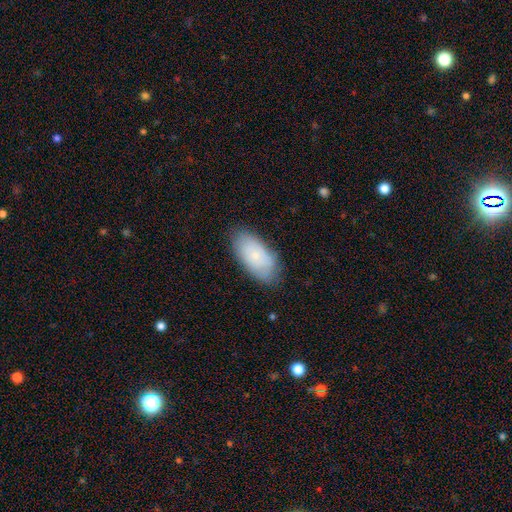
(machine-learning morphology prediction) A smooth galaxy with no disk features (71%) that is in between round and cigar-shaped (94%). Merging: none (78%).